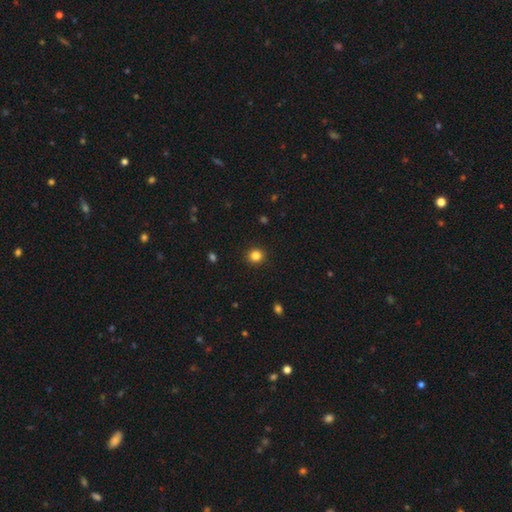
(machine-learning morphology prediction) Smooth or featured? smooth (83%)
How rounded? round (91%)
Merging? none (92%)